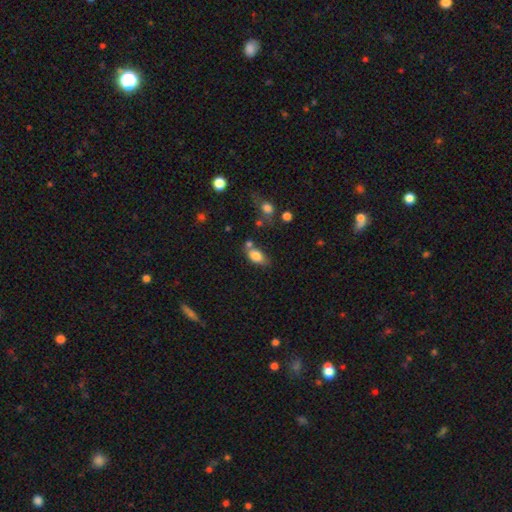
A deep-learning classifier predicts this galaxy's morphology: Overall: smooth (81%). How rounded: in between (88%). Merging: none (54%; minor disturbance 21%).